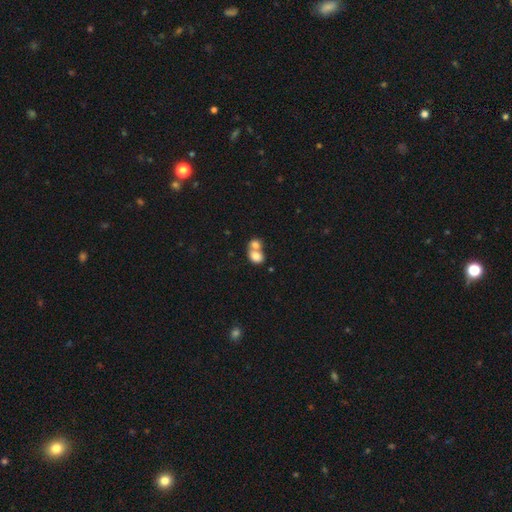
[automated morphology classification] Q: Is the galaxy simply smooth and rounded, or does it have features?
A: smooth — 78%.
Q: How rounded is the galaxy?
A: in between — 57%.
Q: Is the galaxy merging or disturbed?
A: merger — 69%.